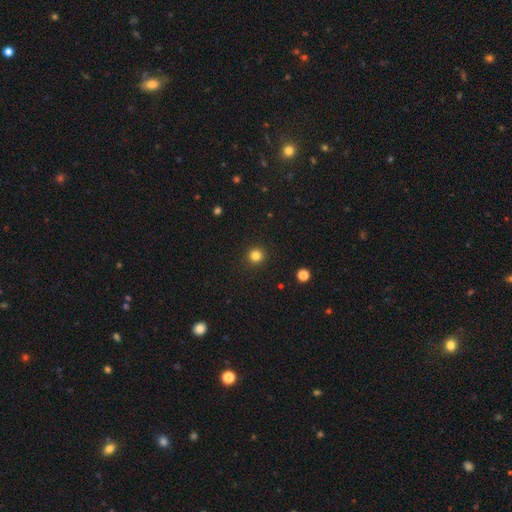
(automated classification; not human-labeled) A smooth galaxy with no disk features (82%) that is round (94%). Merging: none (92%).